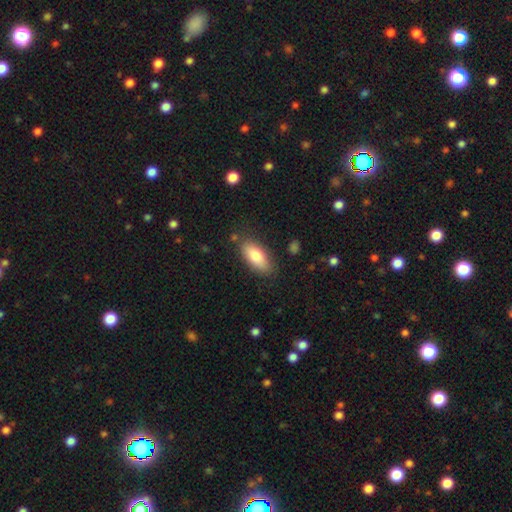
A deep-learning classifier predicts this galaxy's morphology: Overall: smooth (80%). How rounded: in between (83%). Merging: none (82%).